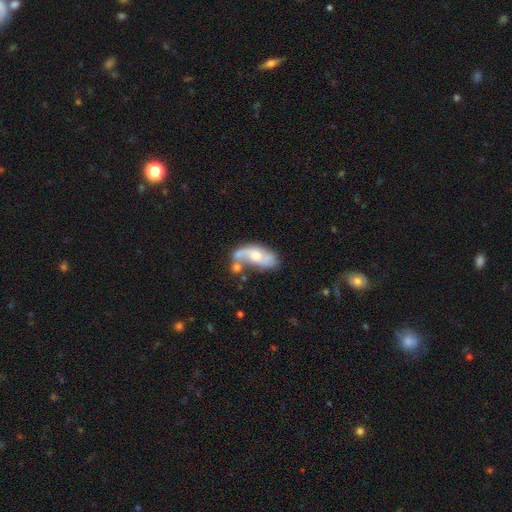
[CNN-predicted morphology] Overall: featured or disk (59%; smooth 33%). Edge-on disk: no (93%). Bar: no (68%). Spiral arms: yes (72%). Bulge size: moderate (53%; small 28%). Merging: merger (33%; none 29%).